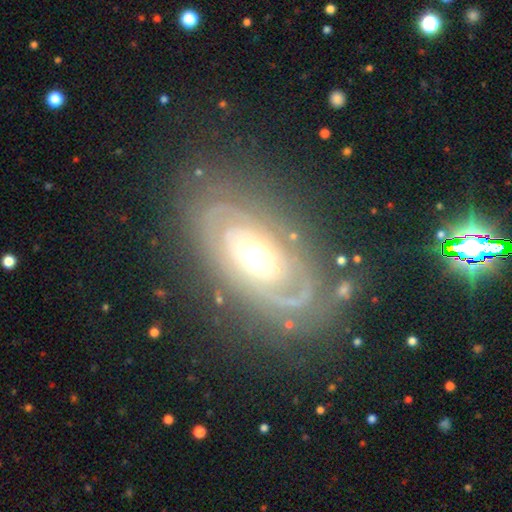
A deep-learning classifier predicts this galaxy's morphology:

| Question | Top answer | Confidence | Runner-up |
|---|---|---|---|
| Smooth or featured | featured or disk | 85% | smooth (10%) |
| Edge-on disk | no | 92% | yes (8%) |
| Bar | no | 75% | weak (17%) |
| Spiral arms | yes | 84% | no (16%) |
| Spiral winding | tight | 67% | medium (24%) |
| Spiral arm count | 2 | 46% | can't tell (26%) |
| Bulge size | moderate | 63% | large (26%) |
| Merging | none | 77% | minor disturbance (13%) |